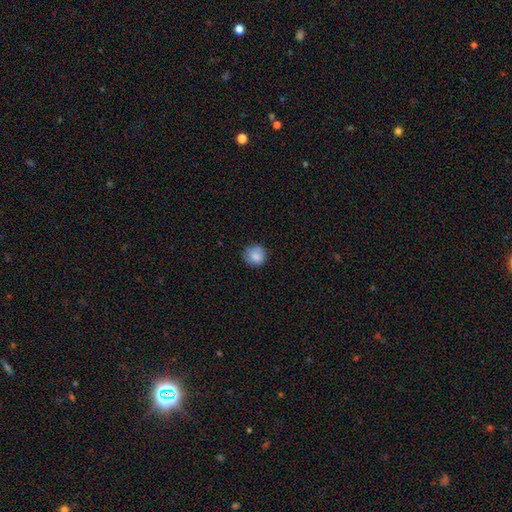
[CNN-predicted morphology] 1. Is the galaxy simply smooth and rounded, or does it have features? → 85% smooth, 8% star or artifact, 6% featured or disk.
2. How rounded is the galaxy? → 89% round, 10% in between, 1% cigar-shaped.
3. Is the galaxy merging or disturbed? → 80% none, 15% minor disturbance, 3% major disturbance, 1% merger.